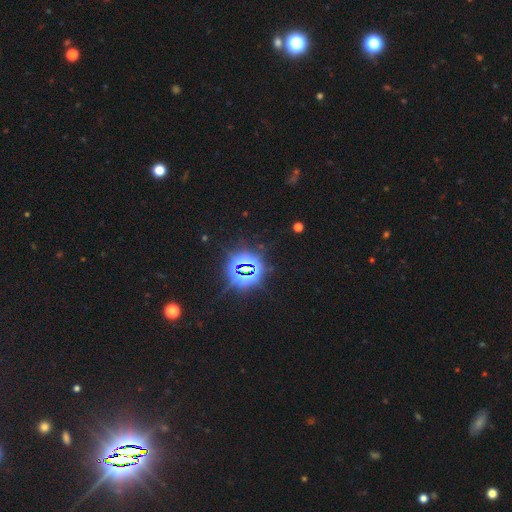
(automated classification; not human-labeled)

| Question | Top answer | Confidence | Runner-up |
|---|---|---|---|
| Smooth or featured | star or artifact | 83% | smooth (10%) |